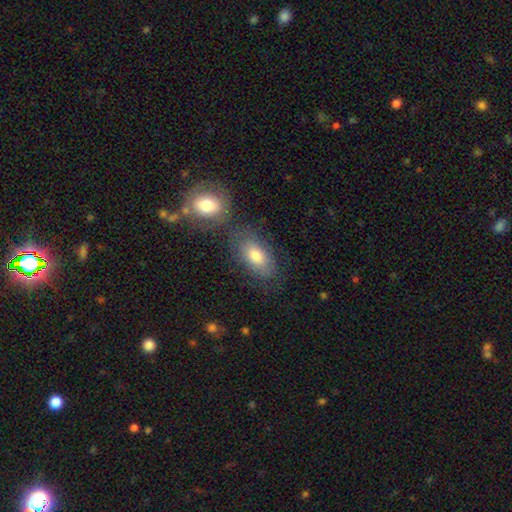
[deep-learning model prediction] smooth-or-featured: smooth: 76% | featured or disk: 16% | star or artifact: 8%
  how-rounded: in between: 90% | round: 6% | cigar-shaped: 4%
  merging: none: 63% | merger: 17% | minor disturbance: 14% | major disturbance: 5%